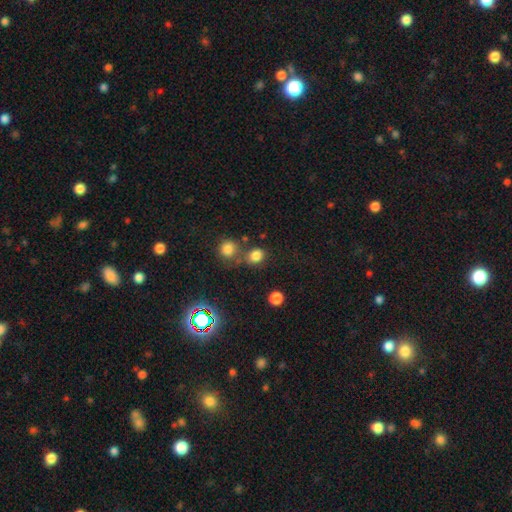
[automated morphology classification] smooth 79%, star or artifact 15%, featured or disk 6%. Down the decision tree: how rounded — round (61%); merging — none (63%).